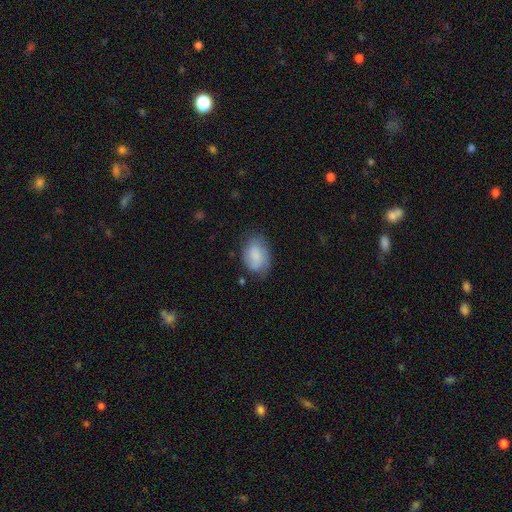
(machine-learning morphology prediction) smooth-or-featured: smooth: 75% | featured or disk: 18% | star or artifact: 7%
  how-rounded: in between: 83% | round: 16% | cigar-shaped: 1%
  merging: none: 64% | minor disturbance: 26% | major disturbance: 8% | merger: 2%